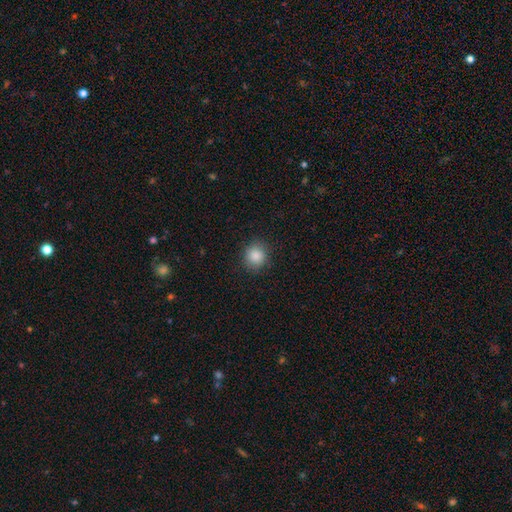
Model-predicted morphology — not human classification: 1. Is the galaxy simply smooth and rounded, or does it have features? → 87% smooth, 9% star or artifact, 4% featured or disk.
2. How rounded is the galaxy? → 84% round, 15% in between, 1% cigar-shaped.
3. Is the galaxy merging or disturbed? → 87% none, 9% minor disturbance, 3% major disturbance, 1% merger.